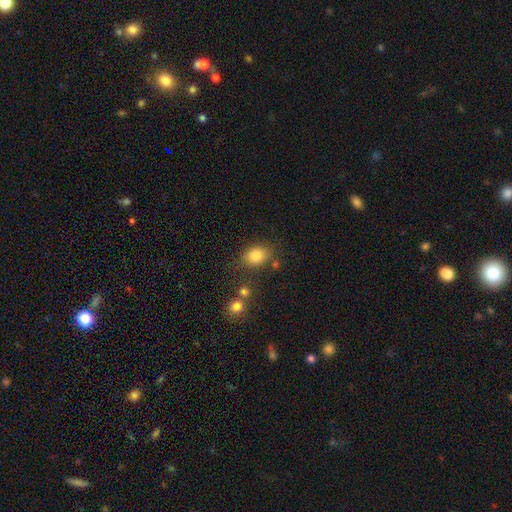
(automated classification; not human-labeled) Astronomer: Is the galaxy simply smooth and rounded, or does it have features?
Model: smooth — 82%.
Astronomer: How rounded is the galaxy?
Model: in between — 67%.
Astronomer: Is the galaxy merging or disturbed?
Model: none — 74%.